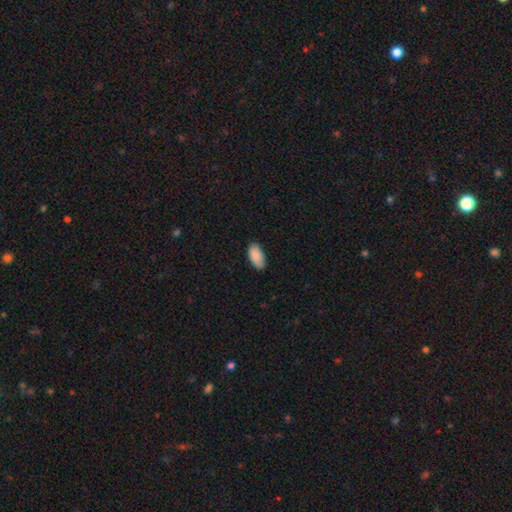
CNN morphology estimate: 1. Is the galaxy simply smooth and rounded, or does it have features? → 89% smooth, 6% star or artifact, 5% featured or disk.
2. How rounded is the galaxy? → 95% in between, 3% cigar-shaped, 2% round.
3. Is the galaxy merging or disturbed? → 82% none, 15% minor disturbance, 2% major disturbance, 1% merger.